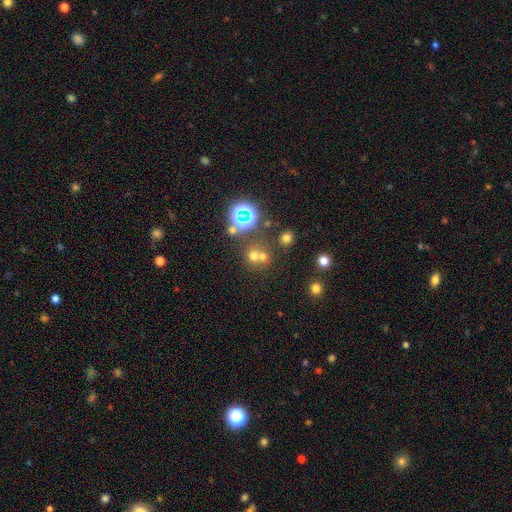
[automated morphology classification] Smooth or featured: smooth — 55% (star or artifact — 34%)
How rounded: round — 86% (in between — 13%)
Merging: none — 52% (merger — 37%)